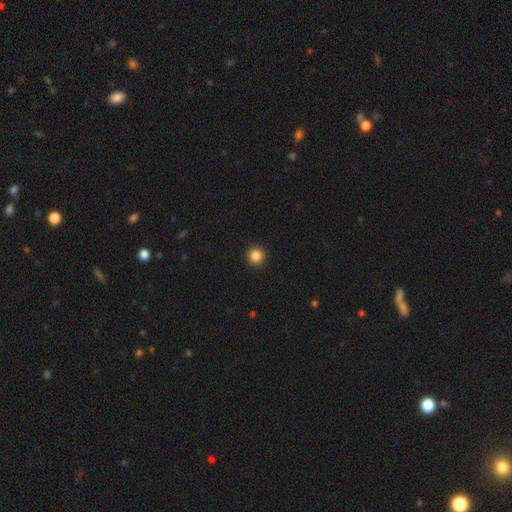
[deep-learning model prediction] Morphology: type=smooth (87%); roundness=round (96%); merging=none (93%).